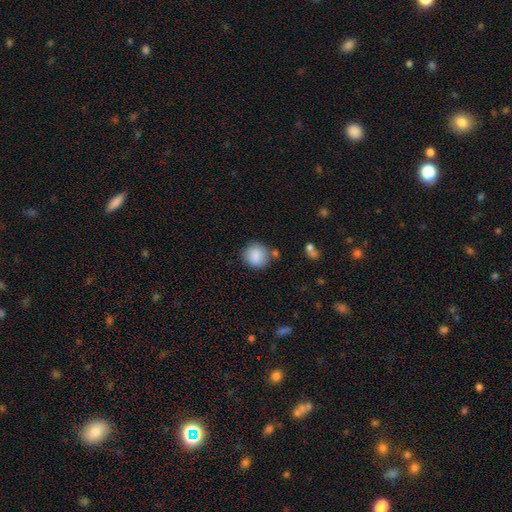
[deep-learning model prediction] Overall: smooth (87%). How rounded: round (88%). Merging: none (78%).